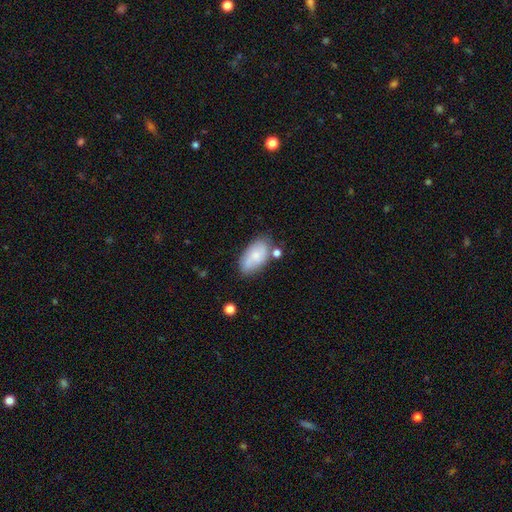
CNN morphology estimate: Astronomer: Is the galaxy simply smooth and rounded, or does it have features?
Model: smooth — 66%.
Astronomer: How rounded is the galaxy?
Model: in between — 92%.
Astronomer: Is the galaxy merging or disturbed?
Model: none — 62%.